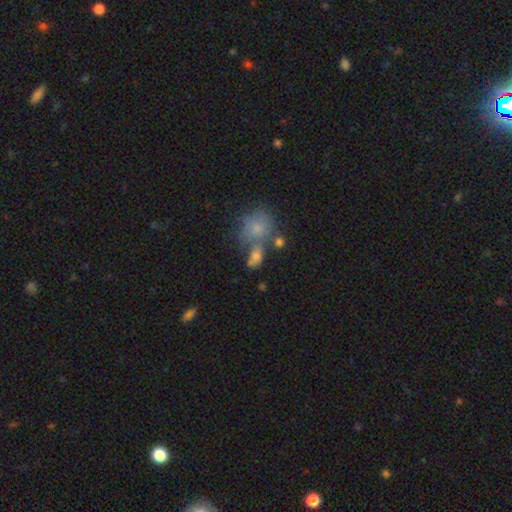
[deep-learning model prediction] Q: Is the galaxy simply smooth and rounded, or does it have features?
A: smooth — 68%.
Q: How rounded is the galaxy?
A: in between — 64%.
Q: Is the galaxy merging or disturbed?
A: none — 42%.